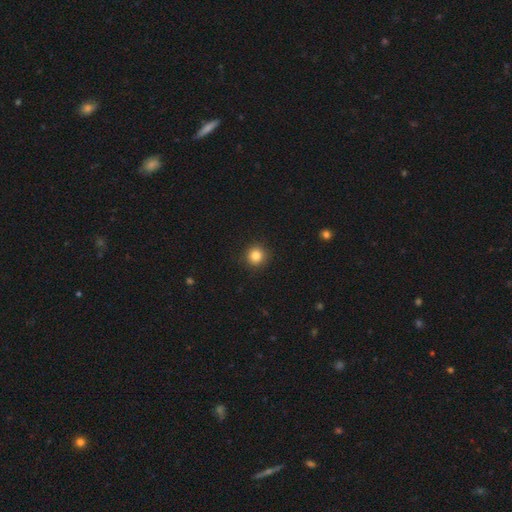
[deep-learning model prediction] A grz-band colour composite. It shows a smooth galaxy with no disk features (83%) that is round (94%). Merging: none (92%).